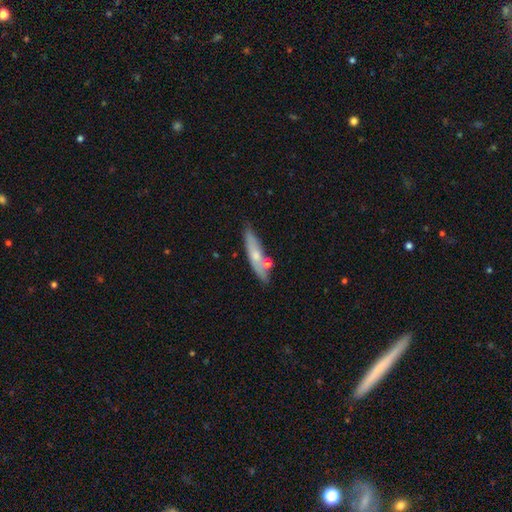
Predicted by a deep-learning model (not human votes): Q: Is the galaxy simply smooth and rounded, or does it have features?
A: smooth — 54%.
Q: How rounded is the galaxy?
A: cigar-shaped — 79%.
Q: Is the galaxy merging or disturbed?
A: none — 73%.